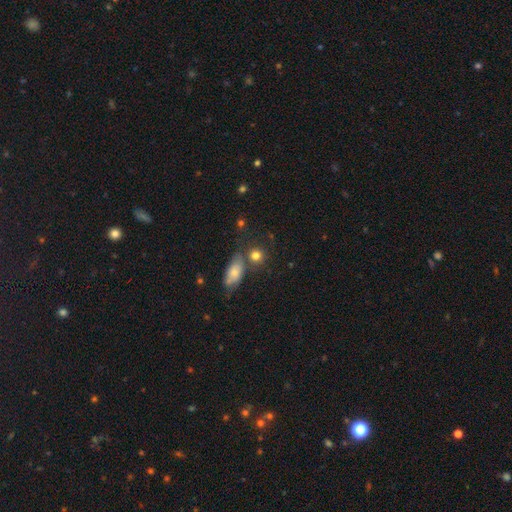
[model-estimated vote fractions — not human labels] Smooth or featured: smooth — 78% (star or artifact — 11%)
How rounded: round — 79% (in between — 18%)
Merging: none — 65% (merger — 17%)